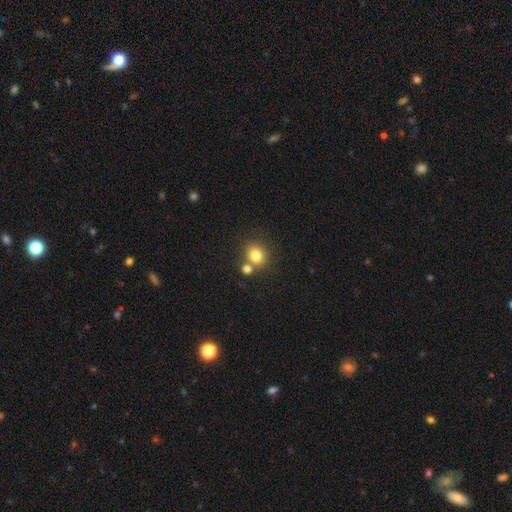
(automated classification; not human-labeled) This is clearly a smooth galaxy (80%). How rounded: likely round (75%). Merging: likely none (65%).